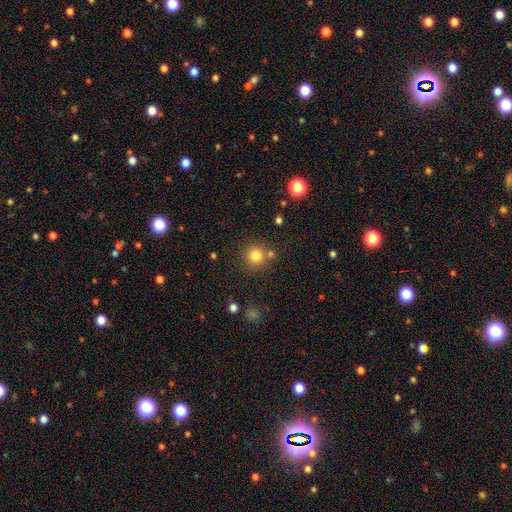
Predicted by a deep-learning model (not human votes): Smooth or featured? Predicted: smooth (p=0.81). How rounded? Predicted: round (p=0.93). Merging? Predicted: none (p=0.75).